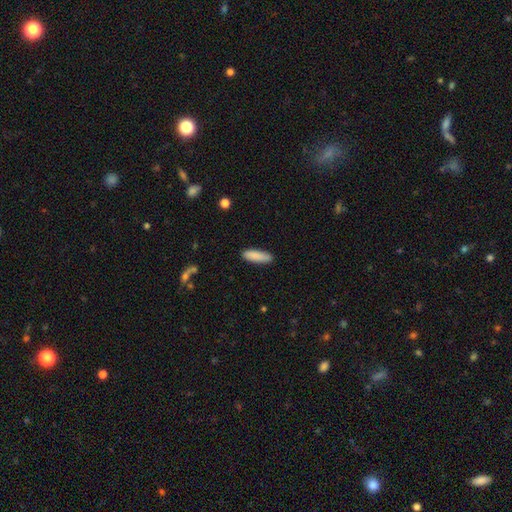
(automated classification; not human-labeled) Overall: smooth (89%). How rounded: cigar-shaped (57%; in between 42%). Merging: none (89%).